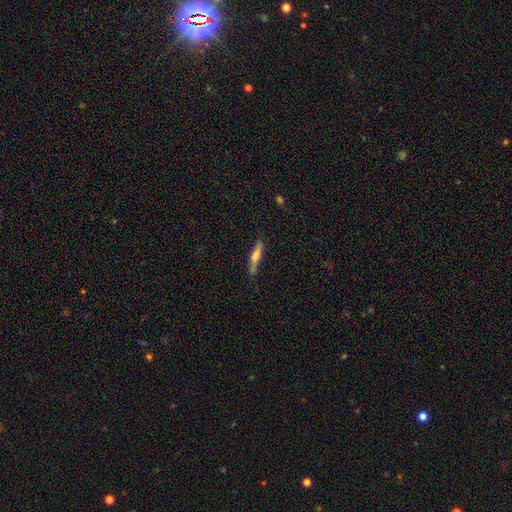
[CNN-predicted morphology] A smooth galaxy with no disk features (47%, tied with featured or disk). Merging: none (80%).